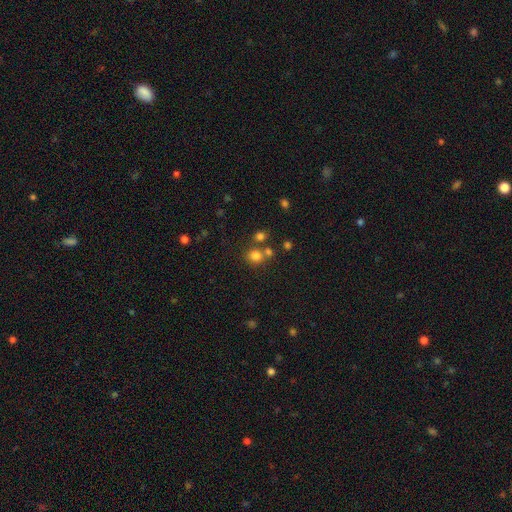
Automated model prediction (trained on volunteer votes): smooth 77%, star or artifact 16%, featured or disk 7%. Down the decision tree: how rounded — round (83%); merging — none (65%).